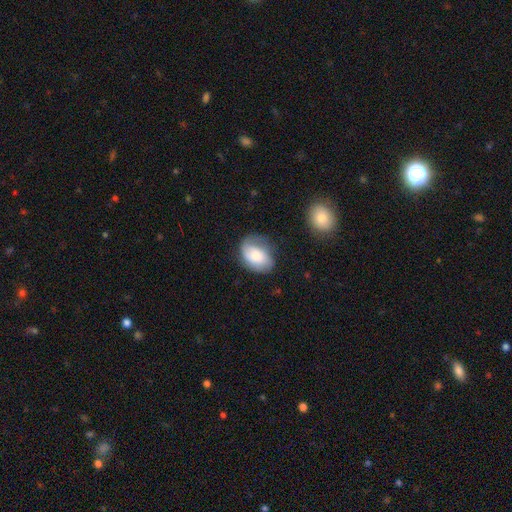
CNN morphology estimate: smooth_or_featured: smooth (p=0.55) [alt: featured or disk p=0.37]
how_rounded: in between (p=0.74) [alt: round p=0.25]
merging: none (p=0.56) [alt: minor disturbance p=0.28]